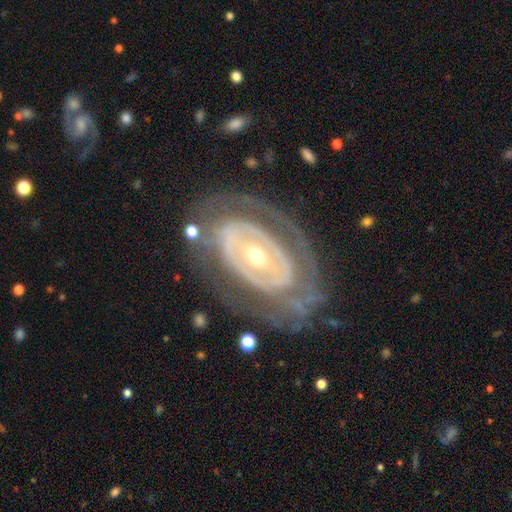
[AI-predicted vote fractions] smooth-or-featured: featured or disk: 81% | smooth: 14% | star or artifact: 5%
  disk-edge-on: no: 94% | yes: 6%
    bar: no: 63% | weak: 21% | strong: 16%
    has-spiral-arms: yes: 54% | no: 46%
    bulge-size: small: 48% | moderate: 47% | large: 3% | dominant: 1% | none: 1%
  merging: none: 71% | minor disturbance: 16% | major disturbance: 11% | merger: 2%